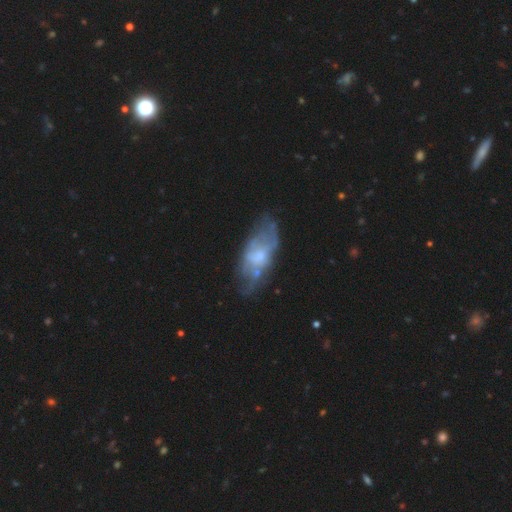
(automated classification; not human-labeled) A featured or disk galaxy (57%). Merging: none (61%).